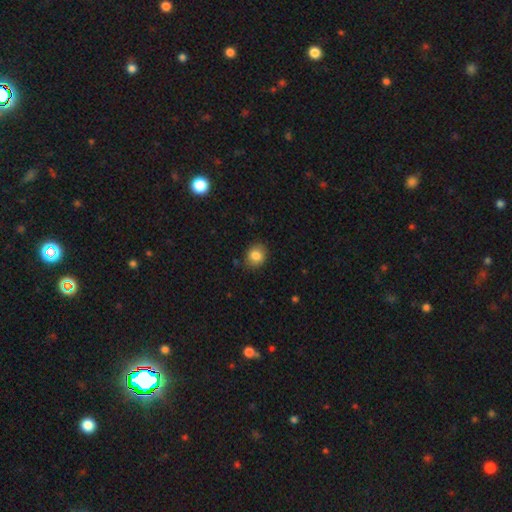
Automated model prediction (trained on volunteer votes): Q: Smooth or featured?
A: smooth (85%); runner-up: star or artifact (10%)
Q: How rounded?
A: round (74%); runner-up: in between (25%)
Q: Merging?
A: none (85%); runner-up: minor disturbance (11%)